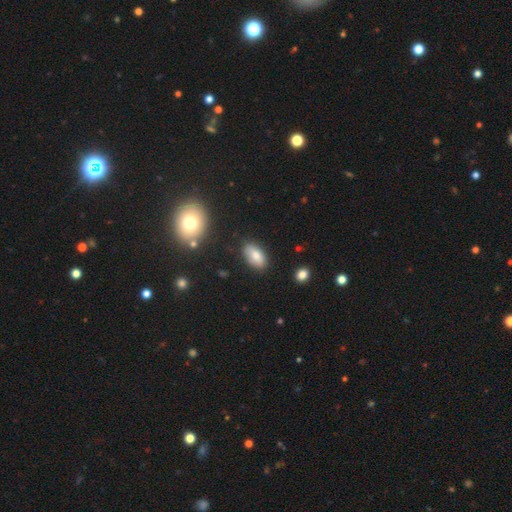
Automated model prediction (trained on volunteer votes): smooth_or_featured: smooth (p=0.80) [alt: featured or disk p=0.12]
how_rounded: in between (p=0.91) [alt: cigar-shaped p=0.05]
merging: none (p=0.81) [alt: minor disturbance p=0.14]